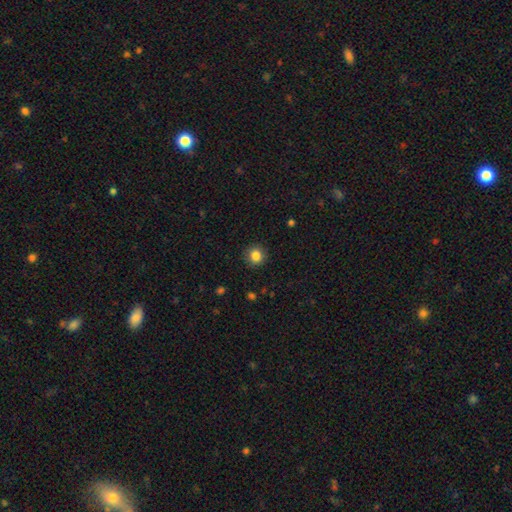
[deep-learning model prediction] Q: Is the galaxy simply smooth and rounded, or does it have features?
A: smooth — 85%.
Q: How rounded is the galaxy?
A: round — 91%.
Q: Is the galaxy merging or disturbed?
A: none — 91%.